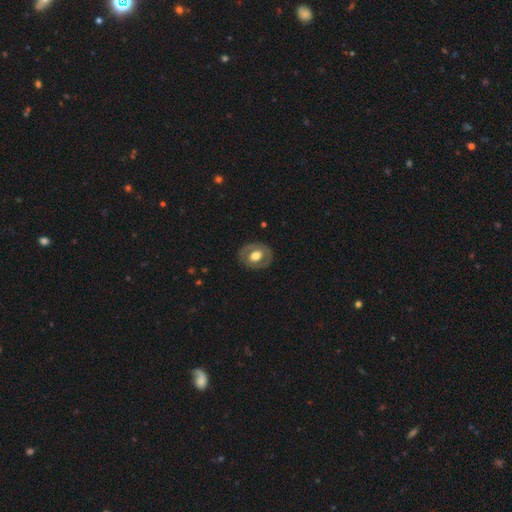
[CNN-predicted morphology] Smooth or featured: featured or disk — 48% (smooth — 46%)
Merging: none — 82% (minor disturbance — 12%)